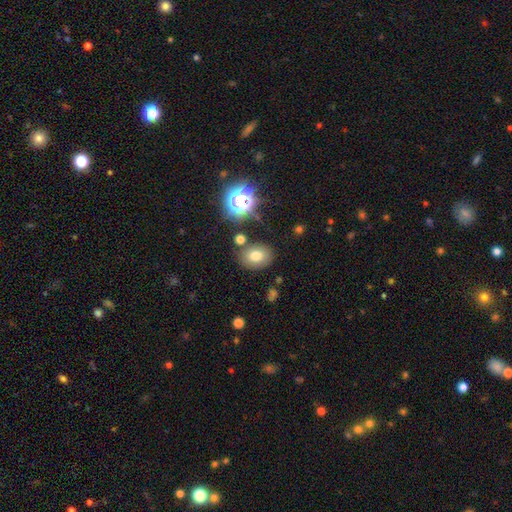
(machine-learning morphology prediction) This is likely a smooth galaxy (72%). How rounded: possibly in between (59%). Merging: likely none (78%).